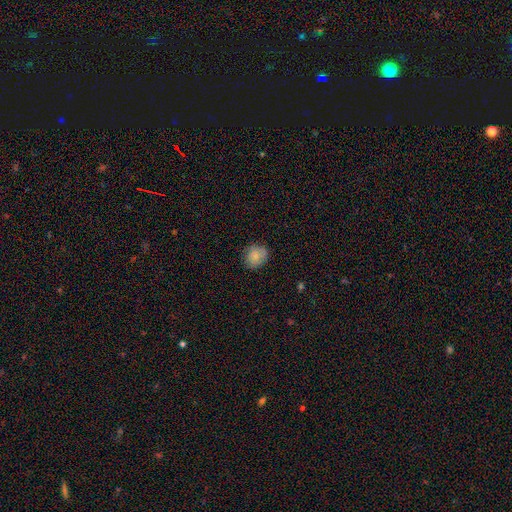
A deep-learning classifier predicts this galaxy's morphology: This appears to be a smooth galaxy with no disk features (84%) that is round (74%). Merging: none (76%).